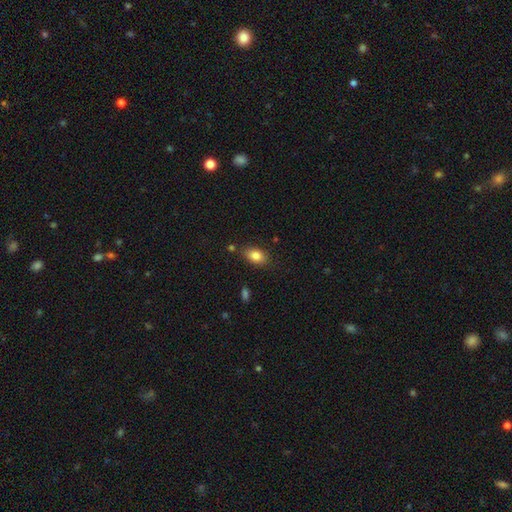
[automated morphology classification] The model was most divided on "merging": none: 79%, minor disturbance: 14%, merger: 4%, major disturbance: 3%. More confident: how rounded — in between (85%); smooth or featured — smooth (84%).